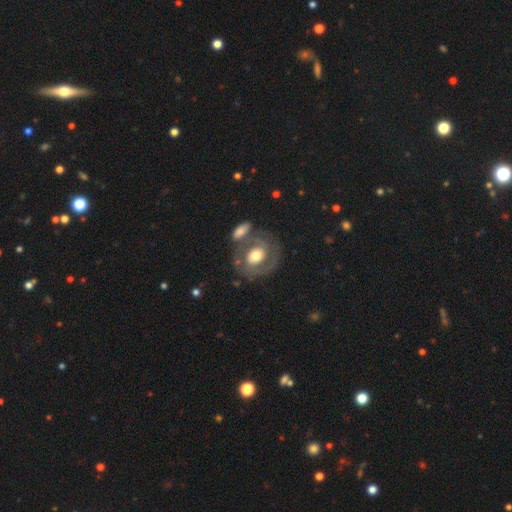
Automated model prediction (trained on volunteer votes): Smooth or featured?
  - featured or disk: 69% *
  - smooth: 26%
  - star or artifact: 5%
Edge-on disk?
  - no: 96% *
  - yes: 4%
Bar?
  - no: 66% *
  - weak: 24%
  - strong: 11%
Spiral arms?
  - yes: 65% *
  - no: 35%
Bulge size?
  - moderate: 61% *
  - large: 27%
  - small: 9%
  - dominant: 2%
  - none: 1%
Merging?
  - none: 60% *
  - minor disturbance: 16%
  - merger: 13%
  - major disturbance: 10%